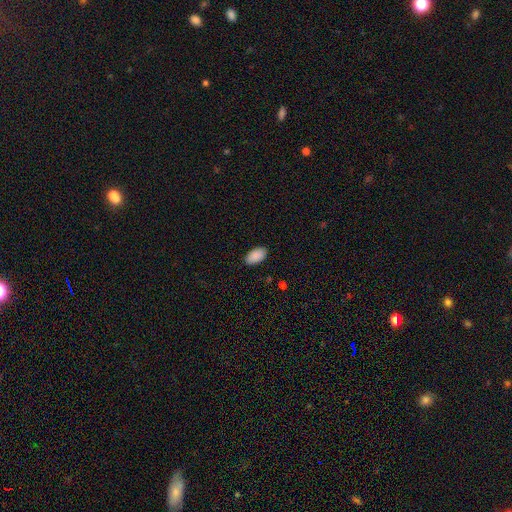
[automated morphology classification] smooth-or-featured: smooth: 89% | star or artifact: 6% | featured or disk: 4%
  how-rounded: in between: 96% | round: 3% | cigar-shaped: 2%
  merging: none: 89% | minor disturbance: 8% | major disturbance: 2% | merger: 1%